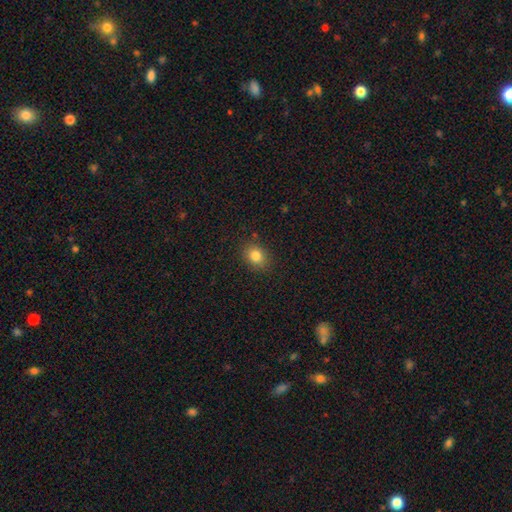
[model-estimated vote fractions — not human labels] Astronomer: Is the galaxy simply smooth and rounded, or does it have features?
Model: smooth — 83%.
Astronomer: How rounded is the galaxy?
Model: round — 50% (runner-up: in between, 49%).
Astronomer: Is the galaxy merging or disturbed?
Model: none — 85%.